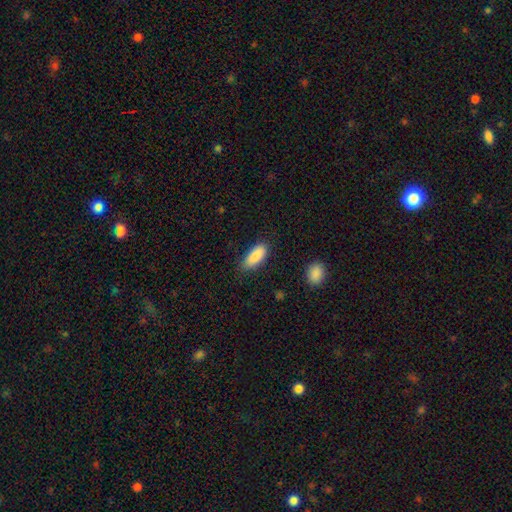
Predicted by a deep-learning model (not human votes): Smooth or featured: smooth — 87% (star or artifact — 6%)
How rounded: in between — 80% (cigar-shaped — 18%)
Merging: none — 78% (minor disturbance — 17%)